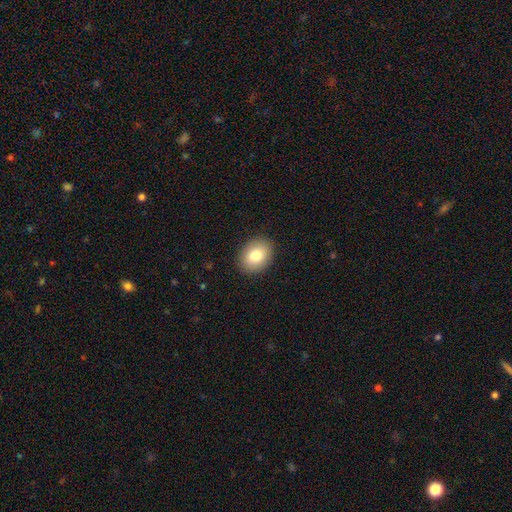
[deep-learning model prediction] Morphology: type=smooth (81%); roundness=in between (64%); merging=none (89%).